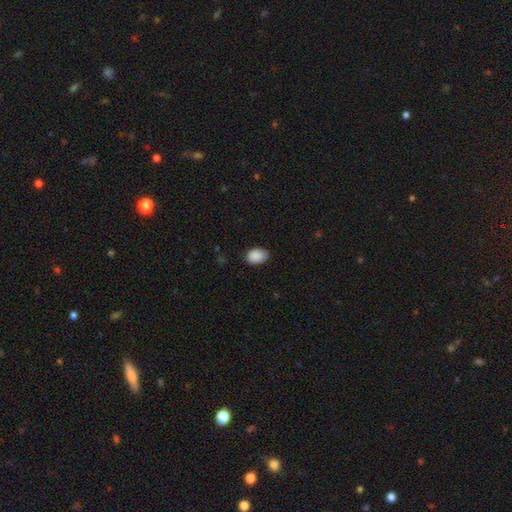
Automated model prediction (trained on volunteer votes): A smooth galaxy with no disk features (90%) that is in between round and cigar-shaped (81%).

Vote fractions:
- Smooth or featured? smooth: 90% / star or artifact: 7% / featured or disk: 3%
- How rounded? in between: 81% / round: 18% / cigar-shaped: 1%
- Merging? none: 81% / minor disturbance: 16% / major disturbance: 3% / merger: 1%